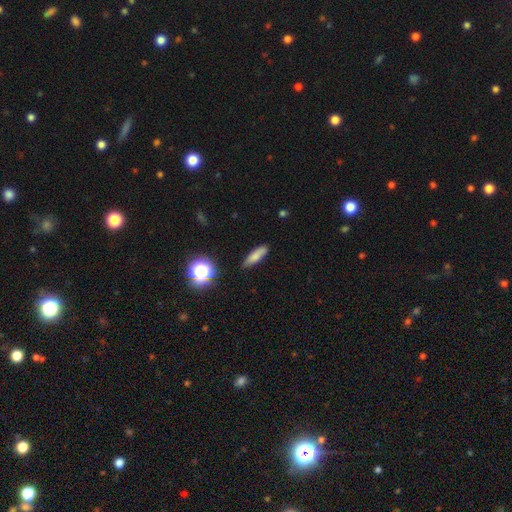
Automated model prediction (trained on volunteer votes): Smooth or featured? Predicted: smooth (p=0.76). How rounded? Predicted: cigar-shaped (p=0.60). Merging? Predicted: none (p=0.82).